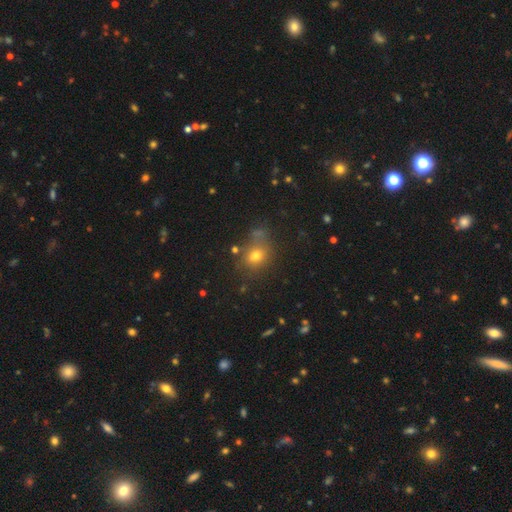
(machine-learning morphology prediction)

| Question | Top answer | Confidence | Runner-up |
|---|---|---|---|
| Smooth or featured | smooth | 70% | star or artifact (18%) |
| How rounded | round | 56% | in between (43%) |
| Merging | none | 64% | minor disturbance (17%) |